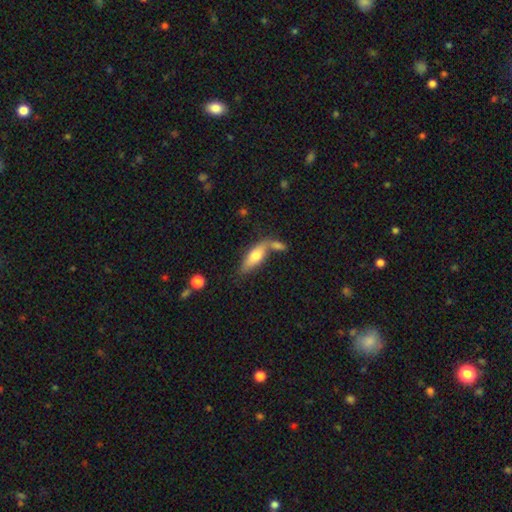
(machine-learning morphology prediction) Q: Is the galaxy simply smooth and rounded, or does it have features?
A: smooth — 66%.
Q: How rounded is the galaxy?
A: in between — 60%.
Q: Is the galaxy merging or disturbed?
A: none — 44%.